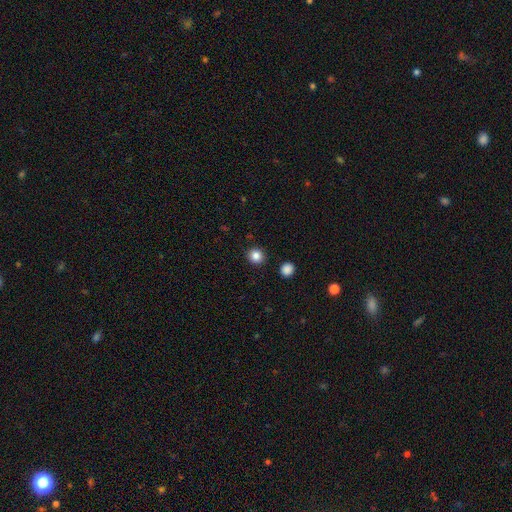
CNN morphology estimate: type=smooth (85%); roundness=round (89%); merging=none (91%).